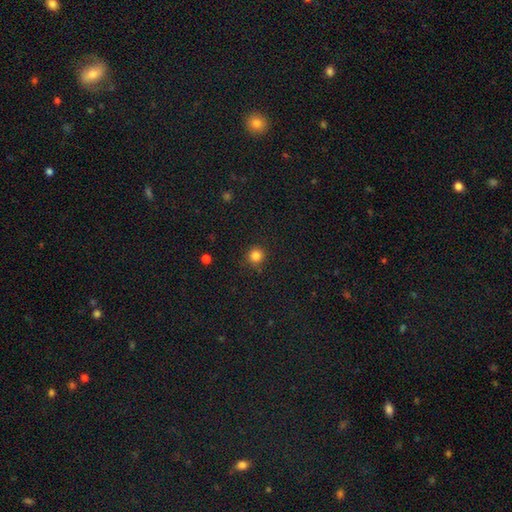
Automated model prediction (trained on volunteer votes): Smooth or featured: smooth — 84% (star or artifact — 12%)
How rounded: round — 94% (in between — 5%)
Merging: none — 88% (minor disturbance — 8%)